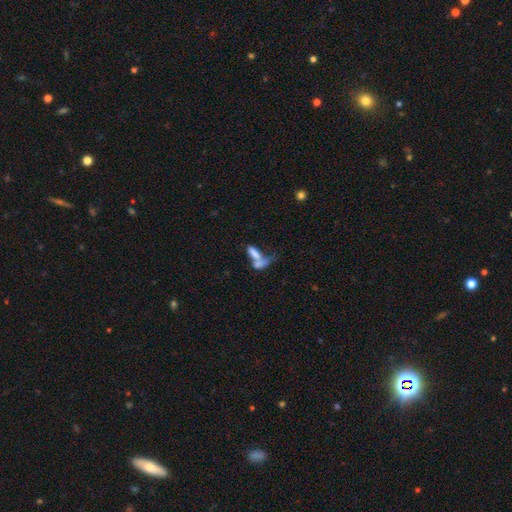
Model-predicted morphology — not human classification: Q: Smooth or featured?
A: smooth (68%); runner-up: featured or disk (22%)
Q: How rounded?
A: in between (71%); runner-up: cigar-shaped (24%)
Q: Merging?
A: merger (65%); runner-up: none (17%)